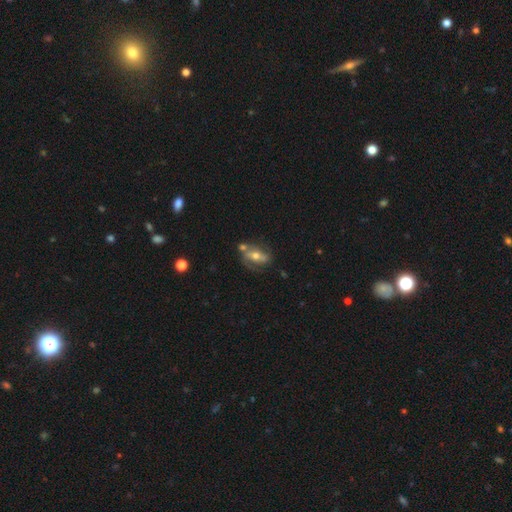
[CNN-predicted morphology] Smooth or featured? Predicted: featured or disk (p=0.61). Edge-on disk? Predicted: no (p=0.89). Bar? Predicted: no (p=0.37). Spiral arms? Predicted: yes (p=0.67). Bulge size? Predicted: moderate (p=0.70). Merging? Predicted: none (p=0.56).